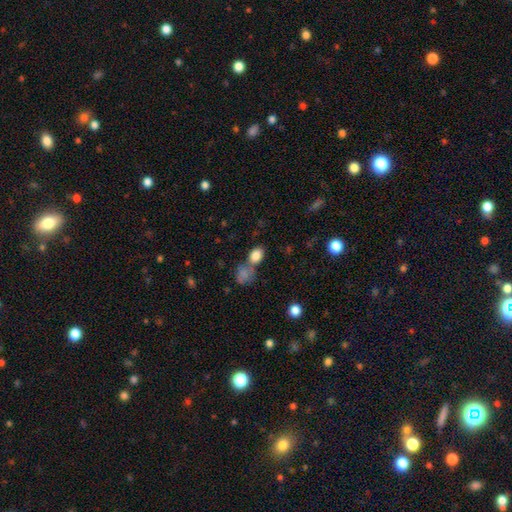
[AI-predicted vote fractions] A smooth galaxy with no disk features (83%) that is in between round and cigar-shaped (76%).

Vote fractions:
- Smooth or featured? smooth: 83% / star or artifact: 10% / featured or disk: 7%
- How rounded? in between: 76% / round: 23% / cigar-shaped: 2%
- Merging? none: 54% / merger: 30% / minor disturbance: 12% / major disturbance: 5%